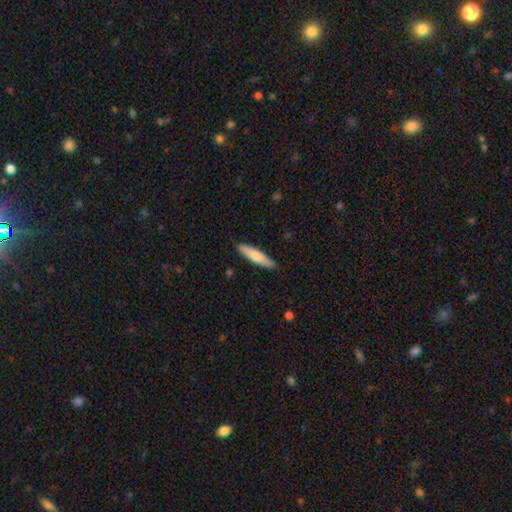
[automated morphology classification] Q: Smooth or featured?
A: smooth (69%); runner-up: featured or disk (25%)
Q: How rounded?
A: cigar-shaped (78%); runner-up: in between (21%)
Q: Merging?
A: none (88%); runner-up: minor disturbance (9%)